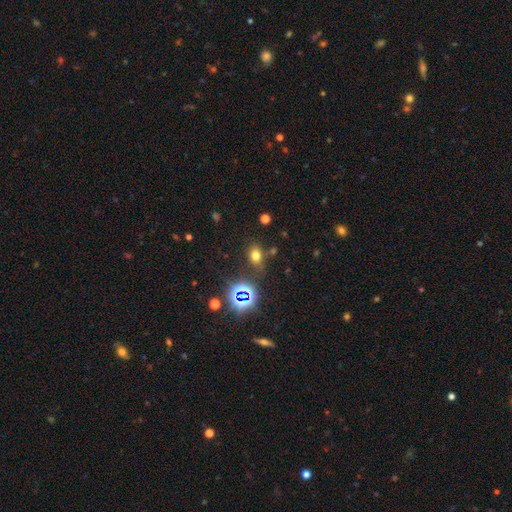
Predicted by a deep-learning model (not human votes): The model was most divided on "how rounded": in between: 63%, round: 36%, cigar-shaped: 2%. More confident: merging — none (75%); smooth or featured — smooth (64%).